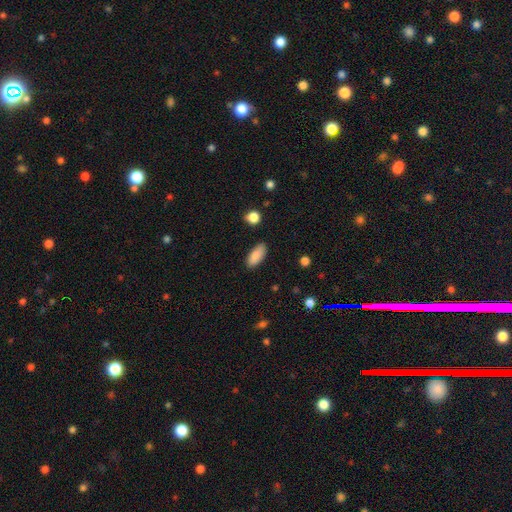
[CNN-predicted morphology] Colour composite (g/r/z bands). It shows a smooth galaxy with no disk features (89%) that is in between round and cigar-shaped (85%). Merging: none (85%).